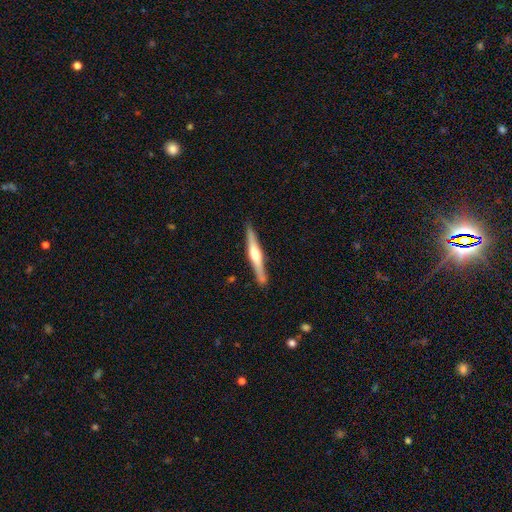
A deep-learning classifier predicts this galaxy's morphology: The model was most divided on "smooth or featured": featured or disk: 66%, smooth: 29%, star or artifact: 5%. More confident: edge-on disk — yes (97%); merging — none (88%); edge-on bulge — rounded (84%).